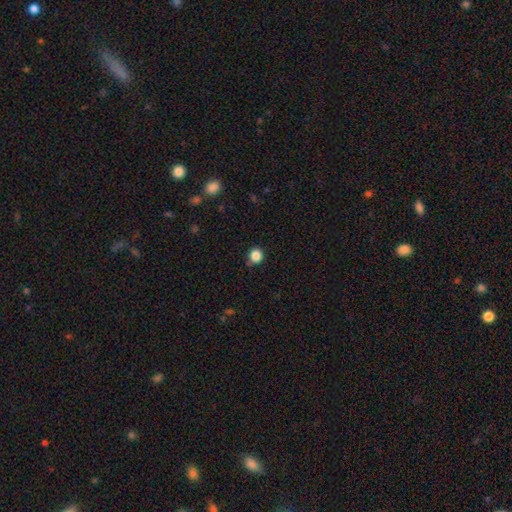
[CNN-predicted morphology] This is clearly a smooth galaxy (86%). How rounded: clearly round (89%). Merging: clearly none (86%).